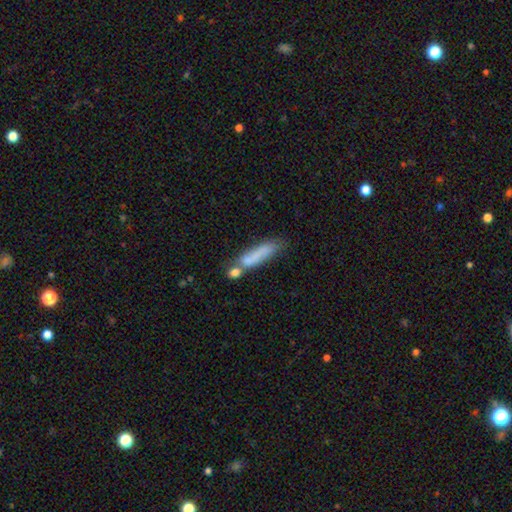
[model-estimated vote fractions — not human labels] A smooth galaxy with no disk features (68%) that is cigar-shaped (71%).

Vote fractions:
- Smooth or featured? smooth: 68% / featured or disk: 23% / star or artifact: 9%
- How rounded? cigar-shaped: 71% / in between: 26% / round: 3%
- Merging? none: 38% / merger: 31% / minor disturbance: 20% / major disturbance: 11%